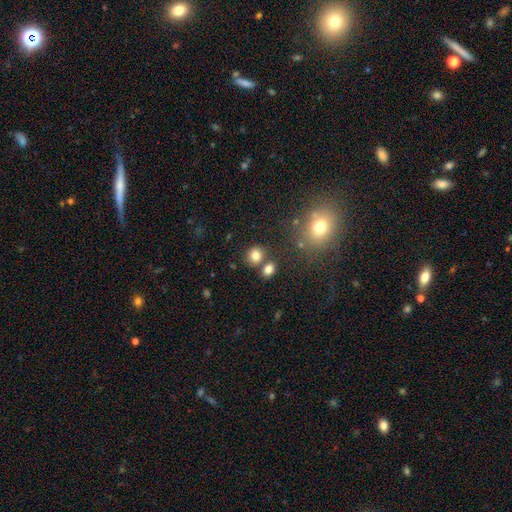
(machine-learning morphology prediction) Smooth or featured: smooth — 80% (star or artifact — 12%)
How rounded: round — 76% (in between — 23%)
Merging: none — 69% (merger — 18%)